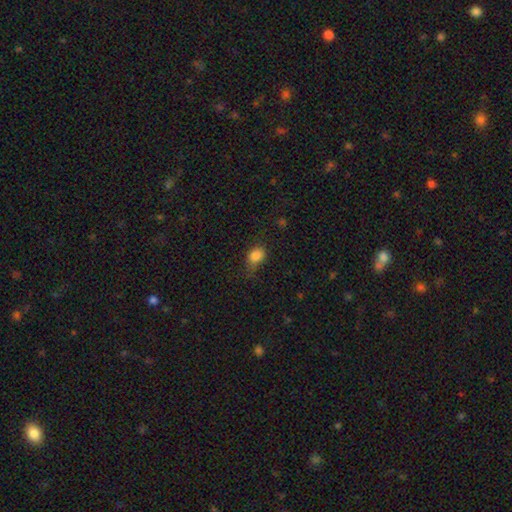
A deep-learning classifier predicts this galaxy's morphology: The model was most divided on "merging": none: 46%, minor disturbance: 36%, major disturbance: 16%, merger: 2%. More confident: smooth or featured — smooth (83%); how rounded — in between (56%).